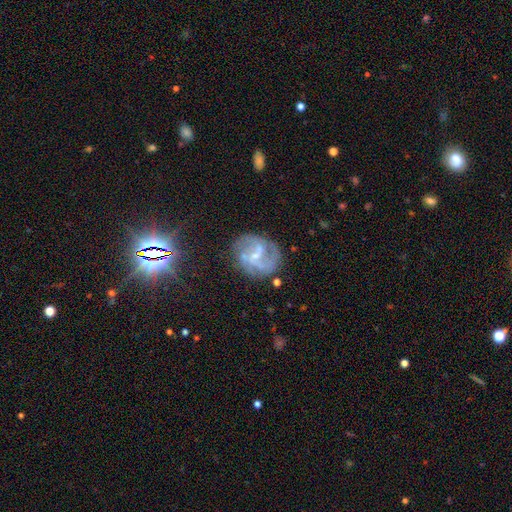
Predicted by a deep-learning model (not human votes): smooth-or-featured: featured or disk: 75% | smooth: 16% | star or artifact: 9%
  disk-edge-on: no: 98% | yes: 2%
    bar: weak: 50% | no: 35% | strong: 15%
    has-spiral-arms: yes: 83% | no: 17%
      spiral-winding: medium: 46% | loose: 29% | tight: 26%
      spiral-arm-count: 2: 42% | can't tell: 25% | 3: 19% | 4: 5% | 1: 5% | more than 4: 4%
    bulge-size: small: 61% | moderate: 21% | none: 15% | large: 2% | dominant: 1%
  merging: none: 61% | minor disturbance: 19% | major disturbance: 13% | merger: 6%